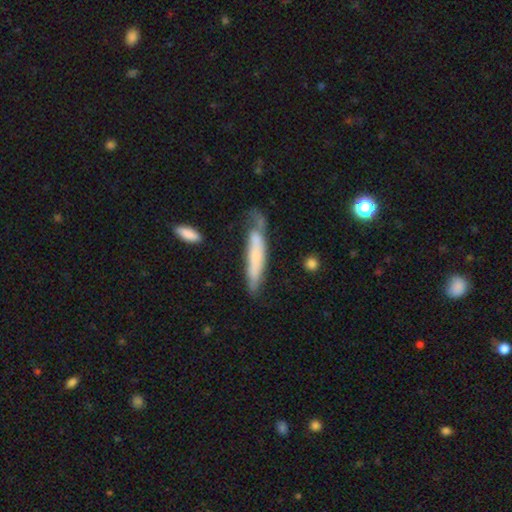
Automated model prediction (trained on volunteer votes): smooth 59%, featured or disk 35%, star or artifact 6%. Down the decision tree: how rounded — cigar-shaped (87%); merging — none (43%).